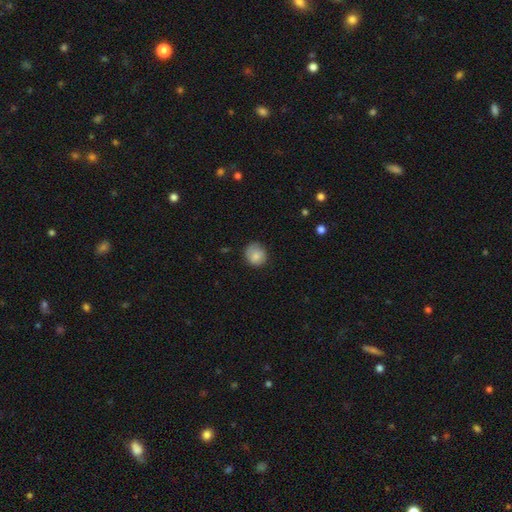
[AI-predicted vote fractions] smooth_or_featured: smooth (p=0.81) [alt: featured or disk p=0.12]
how_rounded: round (p=0.83) [alt: in between p=0.16]
merging: none (p=0.74) [alt: minor disturbance p=0.20]